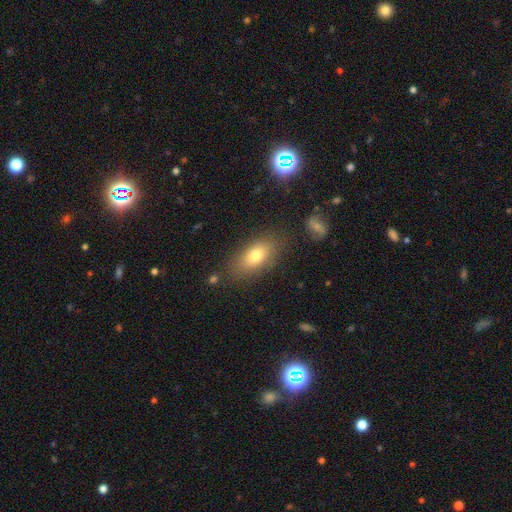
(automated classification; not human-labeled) Smooth or featured? Predicted: smooth (p=0.76). How rounded? Predicted: in between (p=0.85). Merging? Predicted: none (p=0.79).